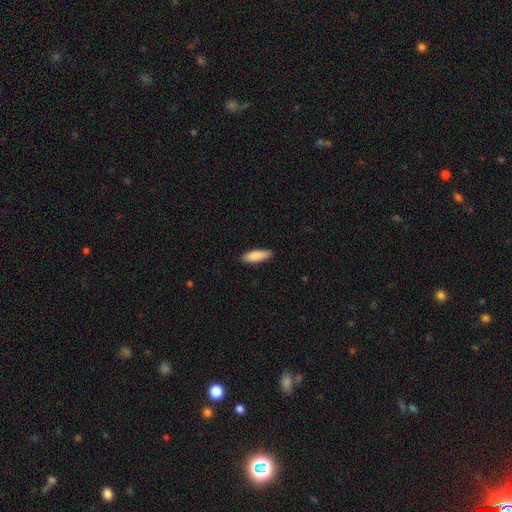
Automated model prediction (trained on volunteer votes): A smooth galaxy with no disk features (88%) that is in between round and cigar-shaped (56%). Merging: none (88%).